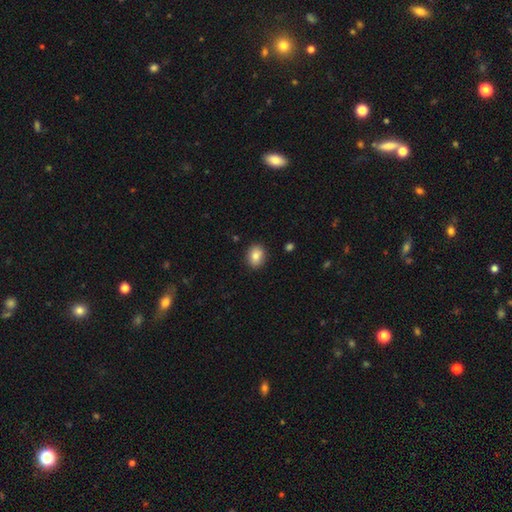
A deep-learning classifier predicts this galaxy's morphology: smooth_or_featured: smooth (p=0.83) [alt: star or artifact p=0.09]
how_rounded: in between (p=0.50) [alt: round p=0.49]
merging: none (p=0.89) [alt: minor disturbance p=0.08]